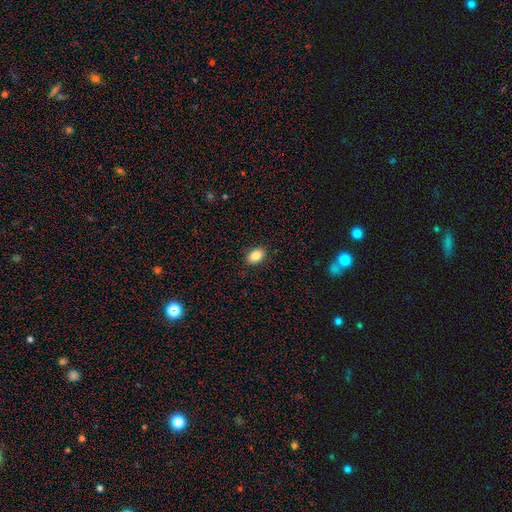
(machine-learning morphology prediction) A smooth galaxy with no disk features (84%) that is in between round and cigar-shaped (79%).

Vote fractions:
- Smooth or featured? smooth: 84% / star or artifact: 9% / featured or disk: 7%
- How rounded? in between: 79% / round: 20% / cigar-shaped: 1%
- Merging? none: 90% / minor disturbance: 8% / major disturbance: 2% / merger: 1%